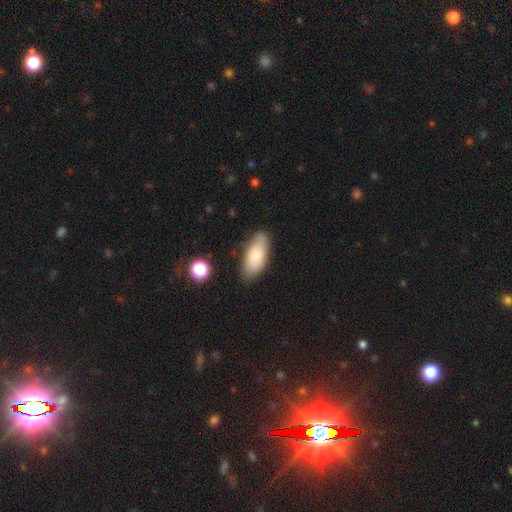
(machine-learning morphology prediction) A smooth galaxy with no disk features (74%) that is in between round and cigar-shaped (87%).

Vote fractions:
- Smooth or featured? smooth: 74% / featured or disk: 20% / star or artifact: 7%
- How rounded? in between: 87% / cigar-shaped: 11% / round: 2%
- Merging? none: 76% / minor disturbance: 18% / major disturbance: 4% / merger: 2%